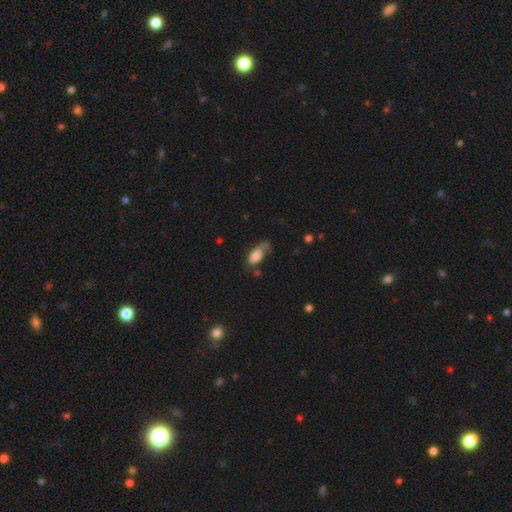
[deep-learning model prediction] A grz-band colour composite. It shows a smooth galaxy with no disk features (75%) that is in between round and cigar-shaped (88%). Merging: none (37%).